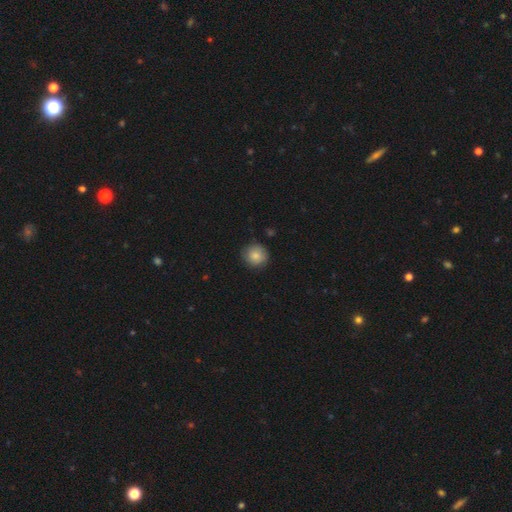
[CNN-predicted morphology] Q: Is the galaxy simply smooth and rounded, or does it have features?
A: smooth — 83%.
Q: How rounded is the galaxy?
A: round — 91%.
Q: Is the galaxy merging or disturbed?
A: none — 85%.